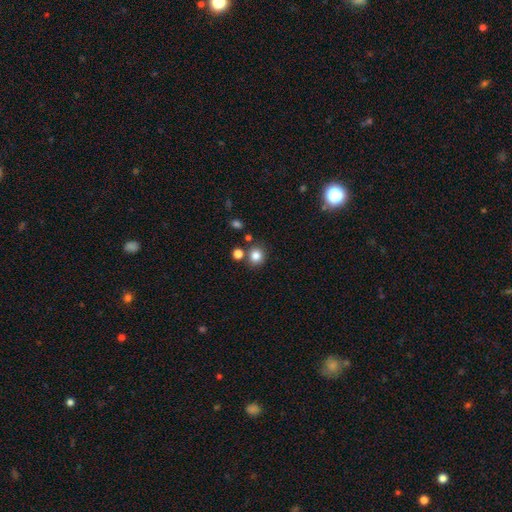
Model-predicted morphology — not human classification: Smooth or featured: smooth — 83% (star or artifact — 12%)
How rounded: round — 86% (in between — 13%)
Merging: none — 77% (merger — 11%)